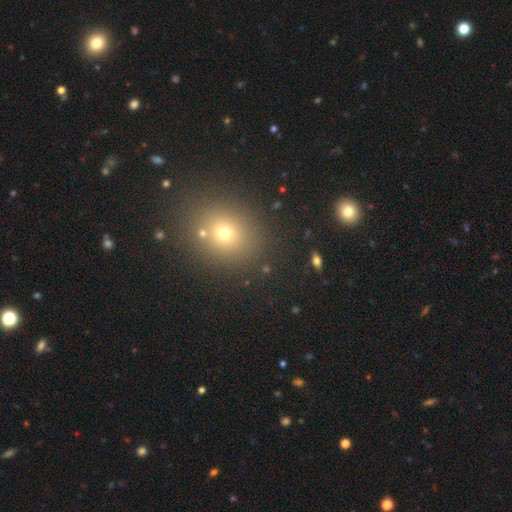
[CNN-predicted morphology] type=smooth (58%); roundness=round (65%); merging=none (89%).